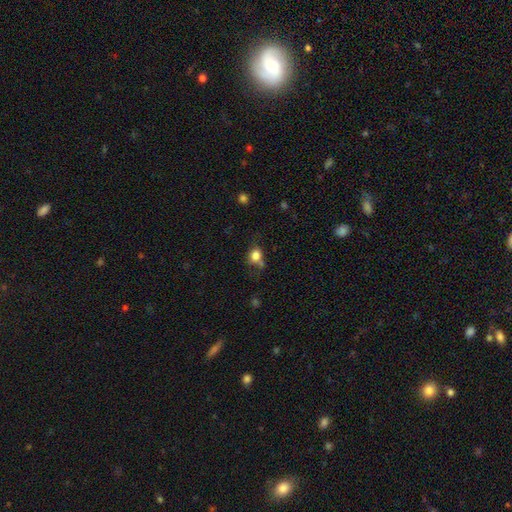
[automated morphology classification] smooth-or-featured: smooth: 81% | star or artifact: 11% | featured or disk: 8%
  how-rounded: round: 56% | in between: 43% | cigar-shaped: 1%
  merging: none: 54% | minor disturbance: 23% | merger: 14% | major disturbance: 9%